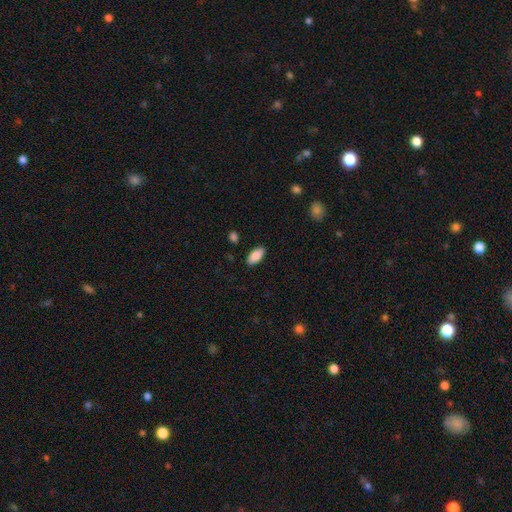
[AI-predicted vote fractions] smooth_or_featured: smooth (p=0.87) [alt: star or artifact p=0.06]
how_rounded: in between (p=0.92) [alt: cigar-shaped p=0.06]
merging: none (p=0.88) [alt: minor disturbance p=0.09]